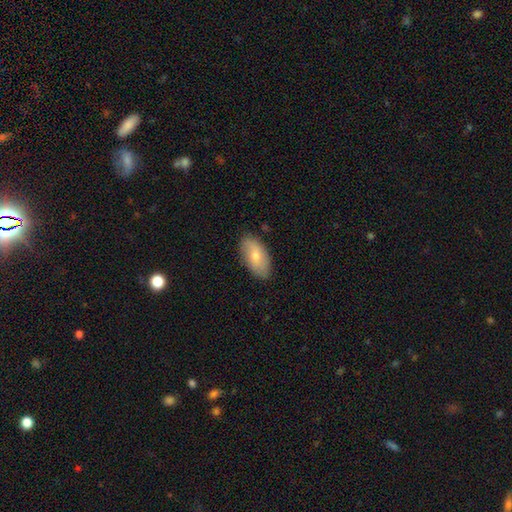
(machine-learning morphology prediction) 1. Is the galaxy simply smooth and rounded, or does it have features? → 69% smooth, 25% featured or disk, 6% star or artifact.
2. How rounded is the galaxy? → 94% in between, 4% round, 3% cigar-shaped.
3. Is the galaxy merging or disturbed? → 84% none, 13% minor disturbance, 2% major disturbance, 1% merger.